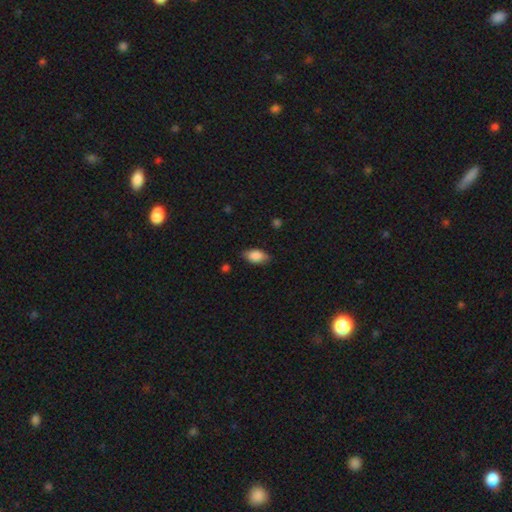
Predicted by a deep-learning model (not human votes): Morphology: type=smooth (84%); roundness=in between (91%); merging=none (81%).